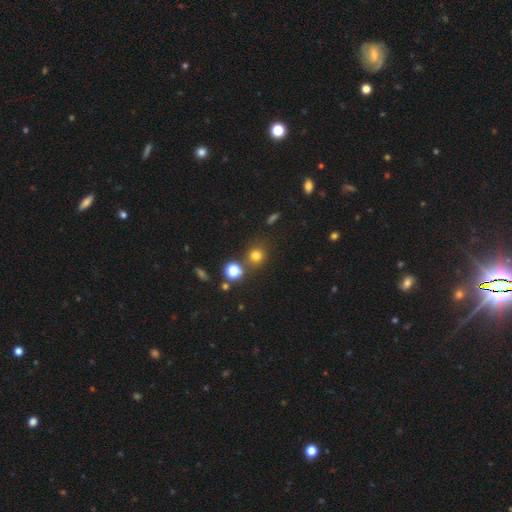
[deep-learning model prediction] This is likely a smooth galaxy (74%). How rounded: clearly round (86%). Merging: likely none (75%).